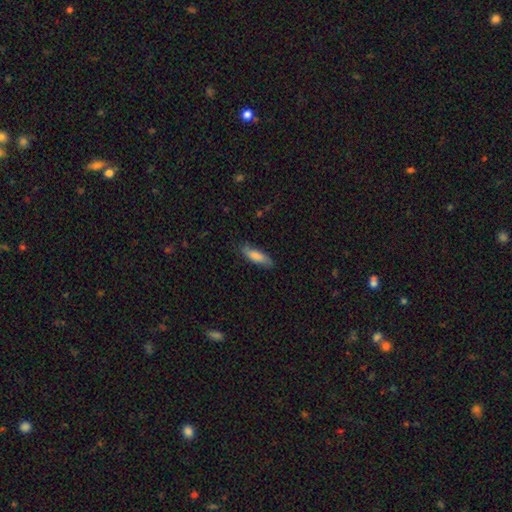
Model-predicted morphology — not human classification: smooth_or_featured: smooth (p=0.77) [alt: featured or disk p=0.16]
how_rounded: cigar-shaped (p=0.51) [alt: in between p=0.47]
merging: none (p=0.81) [alt: minor disturbance p=0.15]